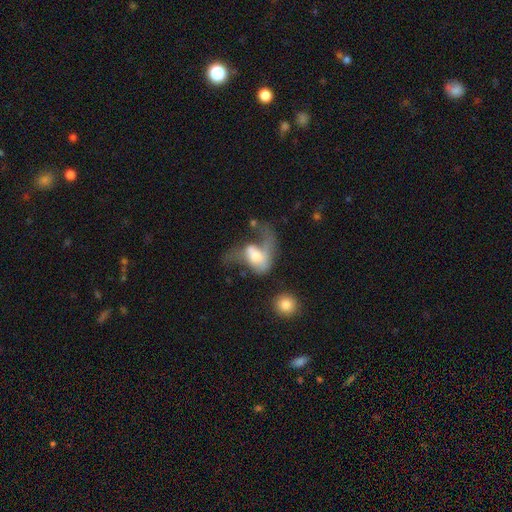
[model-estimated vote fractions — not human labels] Smooth or featured: featured or disk — 54% (smooth — 38%)
Edge-on disk: no — 95% (yes — 5%)
Bar: no — 61% (weak — 30%)
Spiral arms: yes — 61% (no — 39%)
Bulge size: moderate — 55% (large — 22%)
Merging: major disturbance — 58% (merger — 16%)